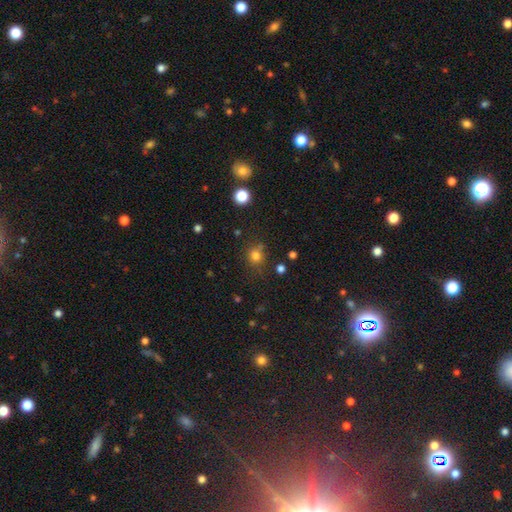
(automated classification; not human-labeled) smooth-or-featured: smooth: 77% | star or artifact: 16% | featured or disk: 6%
  how-rounded: round: 84% | in between: 15% | cigar-shaped: 1%
  merging: none: 72% | minor disturbance: 15% | merger: 7% | major disturbance: 6%